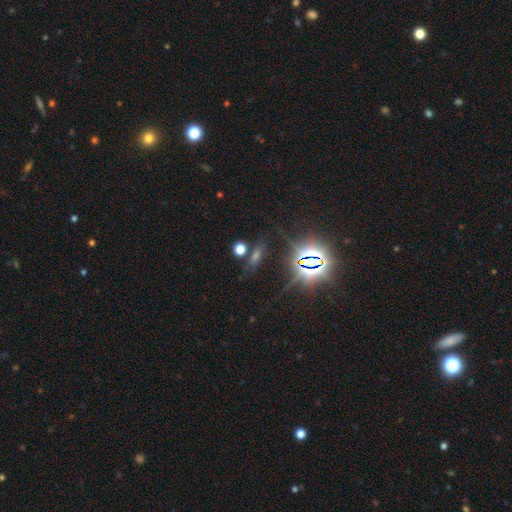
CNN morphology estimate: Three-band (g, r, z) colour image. It shows a star or artifact, not a galaxy (53%).